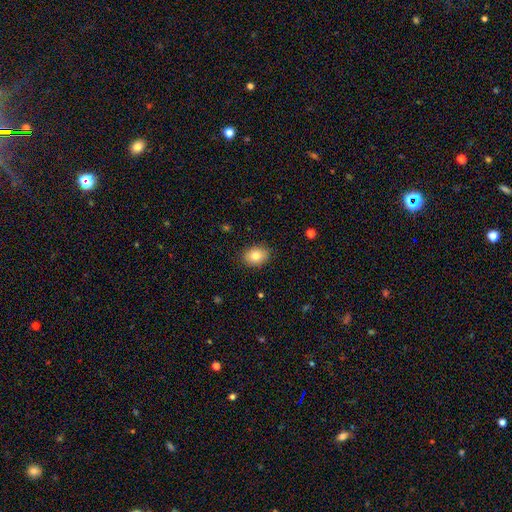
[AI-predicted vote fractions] A smooth galaxy with no disk features (83%) that is in between round and cigar-shaped (69%). Merging: none (88%).